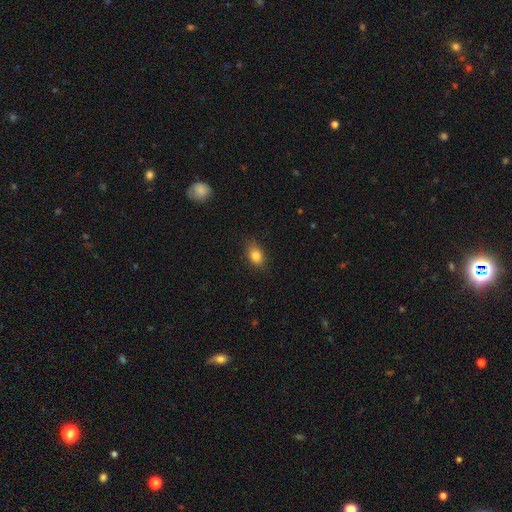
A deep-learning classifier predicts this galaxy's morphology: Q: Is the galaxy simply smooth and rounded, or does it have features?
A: smooth — 83%.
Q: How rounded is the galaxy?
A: in between — 78%.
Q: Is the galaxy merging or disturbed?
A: none — 82%.